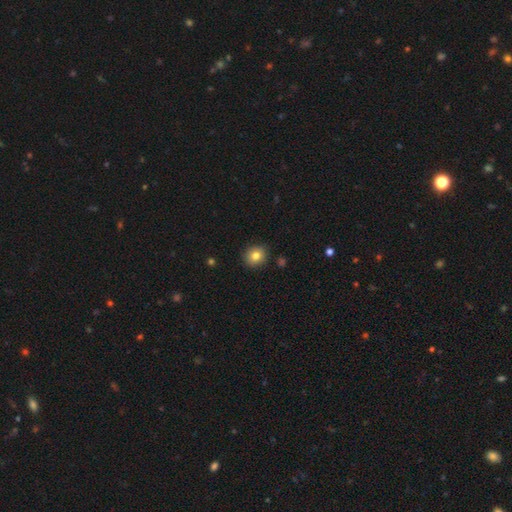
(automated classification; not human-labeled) Smooth or featured?
  - smooth: 81% *
  - star or artifact: 10%
  - featured or disk: 8%
How rounded?
  - round: 80% *
  - in between: 20%
  - cigar-shaped: 1%
Merging?
  - none: 89% *
  - minor disturbance: 8%
  - major disturbance: 2%
  - merger: 1%